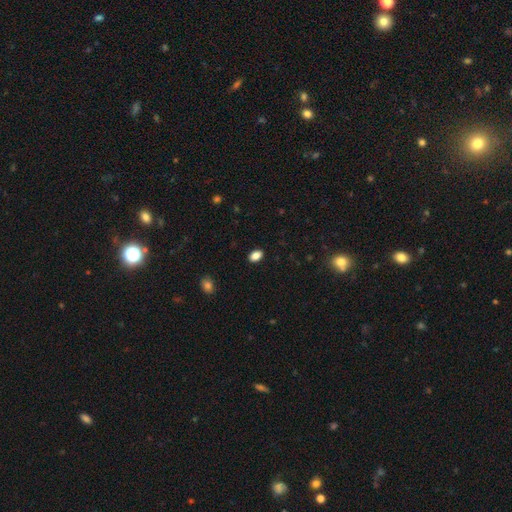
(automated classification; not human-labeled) Overall: smooth (86%). How rounded: in between (85%). Merging: none (89%).